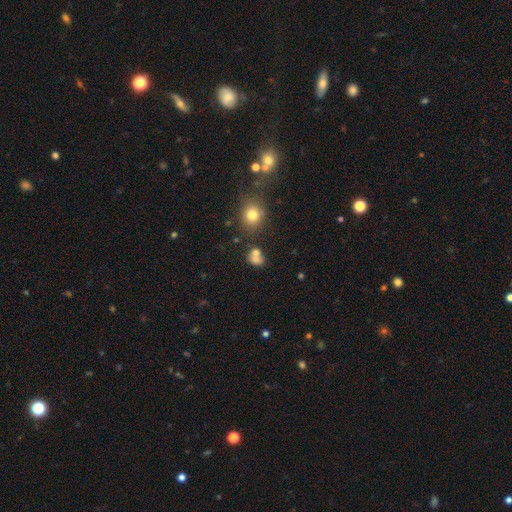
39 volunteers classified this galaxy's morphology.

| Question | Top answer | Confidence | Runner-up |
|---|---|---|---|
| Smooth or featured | smooth | 82% | featured or disk (10%) |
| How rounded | round | 62% | in between (38%) |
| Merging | merger | 47% | none (42%) |